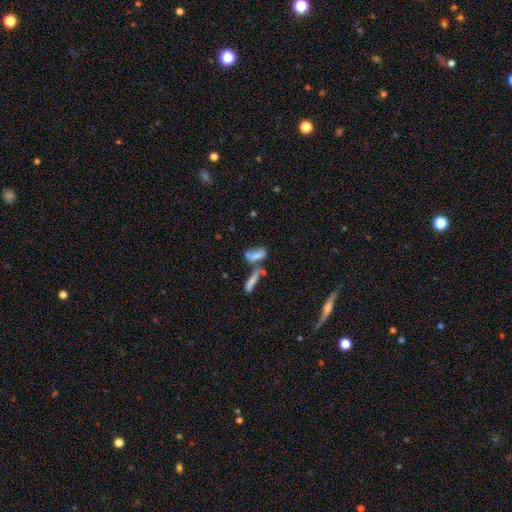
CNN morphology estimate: smooth_or_featured: smooth (p=0.64) [alt: featured or disk p=0.25]
how_rounded: in between (p=0.71) [alt: cigar-shaped p=0.24]
merging: merger (p=0.51) [alt: none p=0.27]